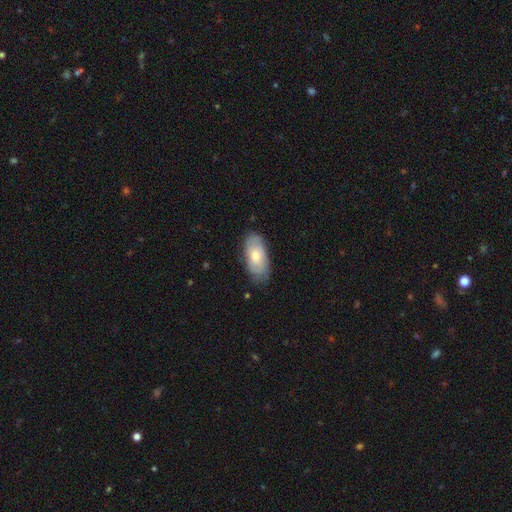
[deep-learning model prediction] Smooth or featured: smooth — 57% (featured or disk — 37%)
How rounded: in between — 90% (cigar-shaped — 6%)
Merging: none — 75% (minor disturbance — 20%)